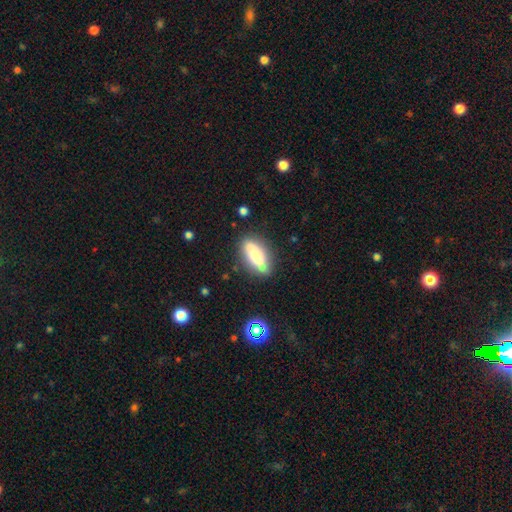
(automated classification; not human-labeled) smooth_or_featured: smooth (p=0.58) [alt: featured or disk p=0.34]
how_rounded: in between (p=0.65) [alt: cigar-shaped p=0.32]
merging: none (p=0.80) [alt: minor disturbance p=0.15]